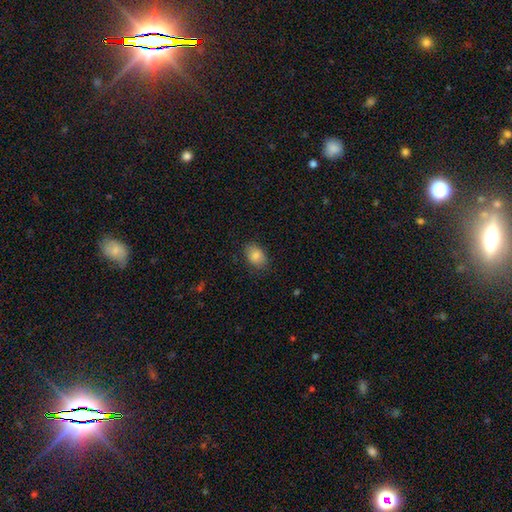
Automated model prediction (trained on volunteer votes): Morphology: type=smooth (87%); roundness=in between (80%); merging=none (81%).